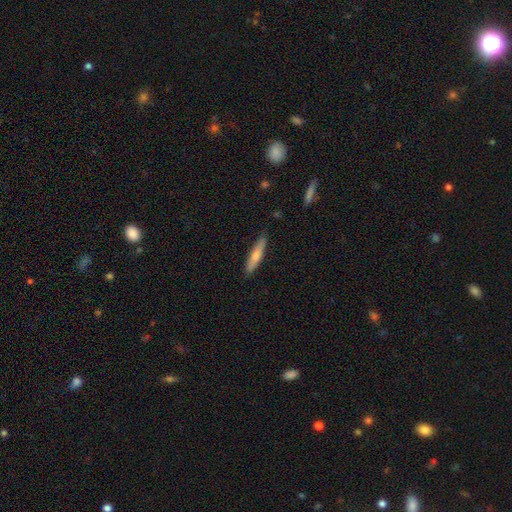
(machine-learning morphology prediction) smooth-or-featured: smooth: 68% | featured or disk: 27% | star or artifact: 5%
  how-rounded: cigar-shaped: 84% | in between: 14% | round: 1%
  merging: none: 86% | minor disturbance: 11% | major disturbance: 2% | merger: 1%